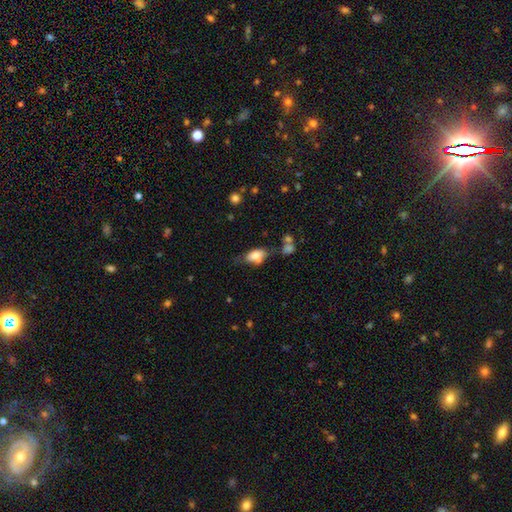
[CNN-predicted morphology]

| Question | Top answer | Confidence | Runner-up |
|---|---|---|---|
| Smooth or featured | smooth | 74% | featured or disk (17%) |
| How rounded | in between | 88% | round (7%) |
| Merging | none | 42% | minor disturbance (31%) |